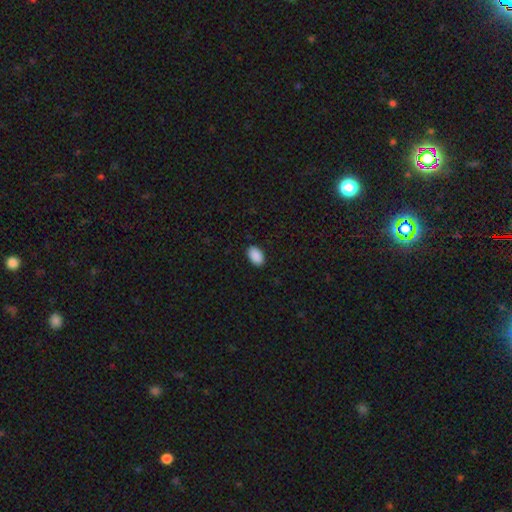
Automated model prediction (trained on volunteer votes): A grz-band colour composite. It shows a smooth galaxy with no disk features (90%) that is in between round and cigar-shaped (91%). Merging: none (90%).